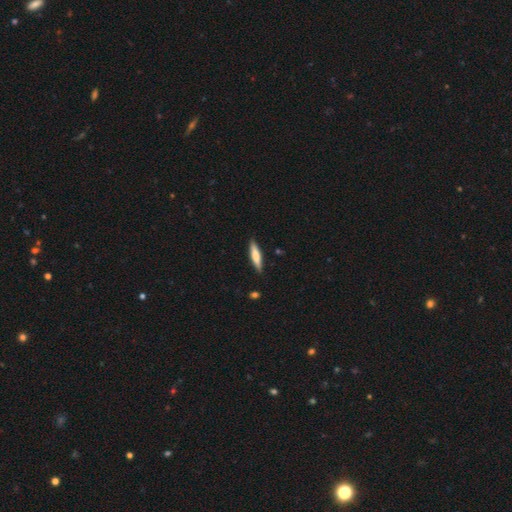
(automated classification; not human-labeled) smooth-or-featured: smooth: 69% | featured or disk: 26% | star or artifact: 5%
  how-rounded: cigar-shaped: 83% | in between: 16% | round: 1%
  merging: none: 87% | minor disturbance: 10% | major disturbance: 2% | merger: 1%